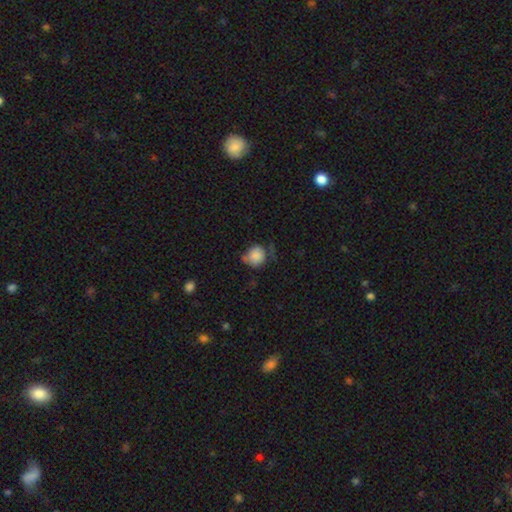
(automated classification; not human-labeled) Smooth or featured: smooth — 81% (featured or disk — 11%)
How rounded: round — 77% (in between — 21%)
Merging: none — 46% (minor disturbance — 35%)